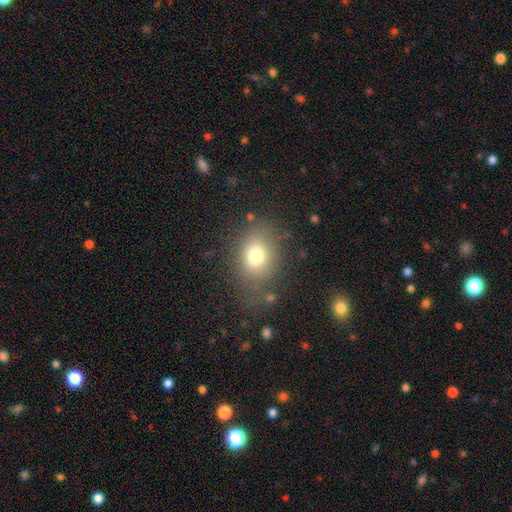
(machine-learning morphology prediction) This is likely a smooth galaxy (75%). How rounded: likely in between (62%). Merging: likely none (66%).